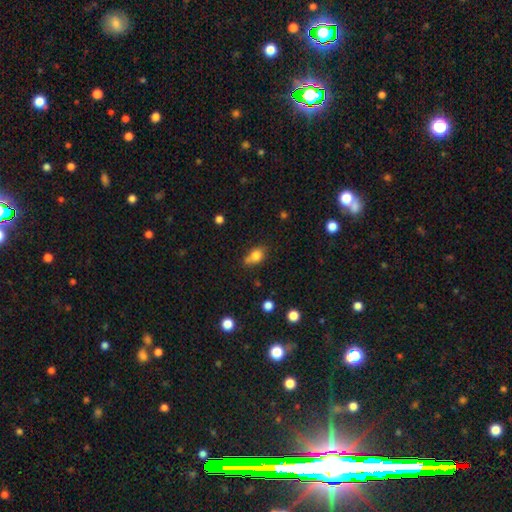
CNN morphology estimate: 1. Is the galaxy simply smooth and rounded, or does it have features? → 80% smooth, 11% star or artifact, 9% featured or disk.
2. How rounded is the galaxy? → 53% in between, 45% round, 2% cigar-shaped.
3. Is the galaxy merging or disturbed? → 53% none, 22% merger, 19% minor disturbance, 5% major disturbance.